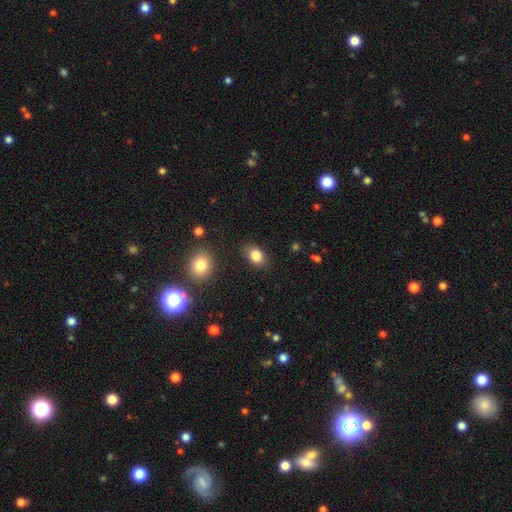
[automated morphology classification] This is clearly a smooth galaxy (85%). How rounded: likely in between (77%). Merging: clearly none (83%).